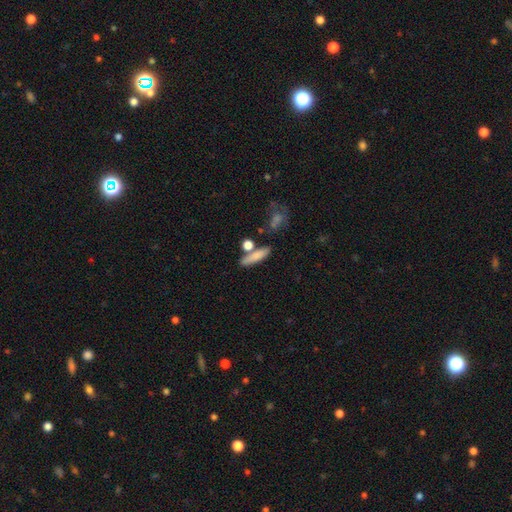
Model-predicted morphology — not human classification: type=smooth (78%); roundness=cigar-shaped (64%); merging=none (69%).